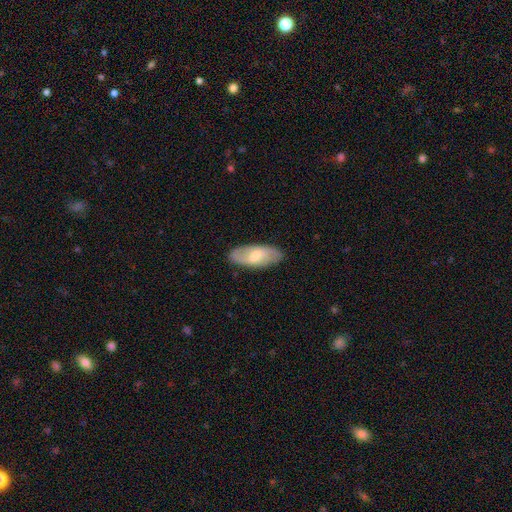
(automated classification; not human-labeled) smooth-or-featured: featured or disk: 47% (tied) | smooth: 47% (tied) | star or artifact: 6%
  merging: none: 85% | minor disturbance: 11% | major disturbance: 3% | merger: 1%